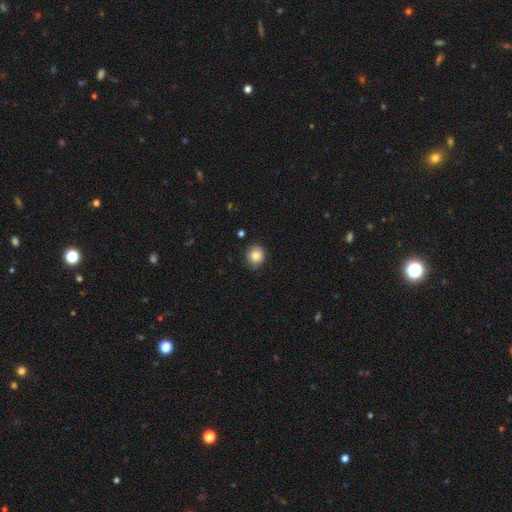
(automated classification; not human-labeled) smooth 84%, star or artifact 9%, featured or disk 7%. Down the decision tree: how rounded — round (82%); merging — none (83%).